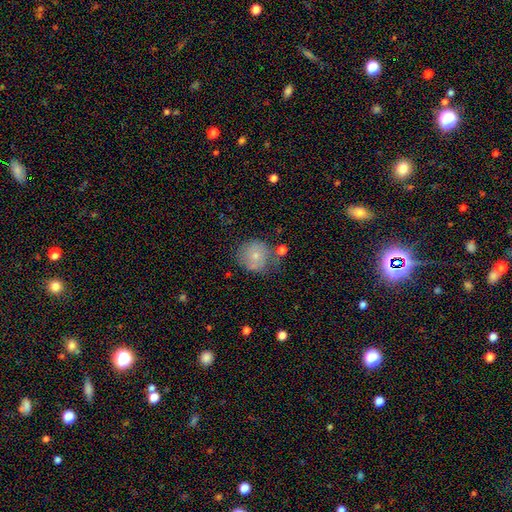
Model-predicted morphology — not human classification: type=smooth (67%); roundness=round (87%); merging=none (58%).